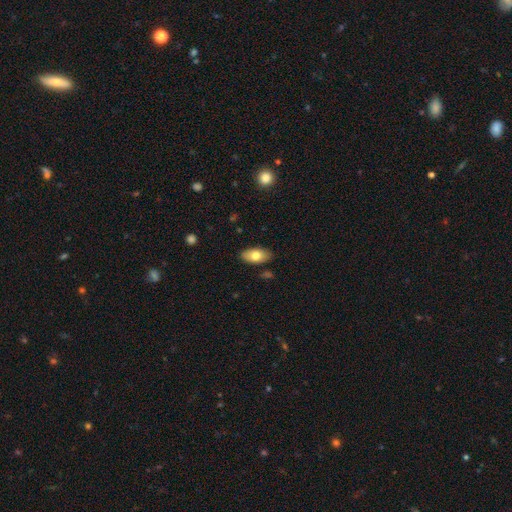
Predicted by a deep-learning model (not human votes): Morphology: type=smooth (74%); roundness=in between (92%); merging=none (86%).